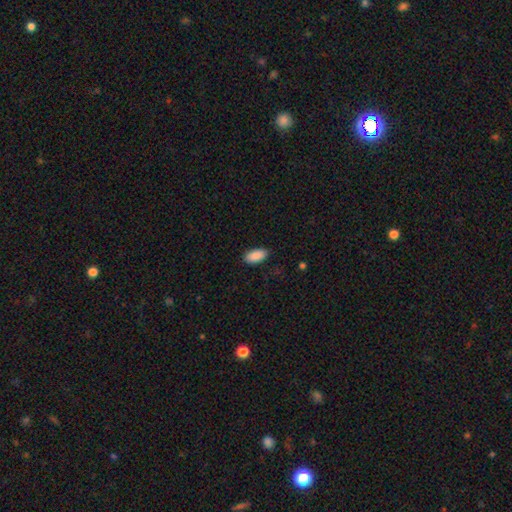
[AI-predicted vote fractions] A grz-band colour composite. It shows a smooth galaxy with no disk features (91%) that is in between round and cigar-shaped (94%). Merging: none (86%).